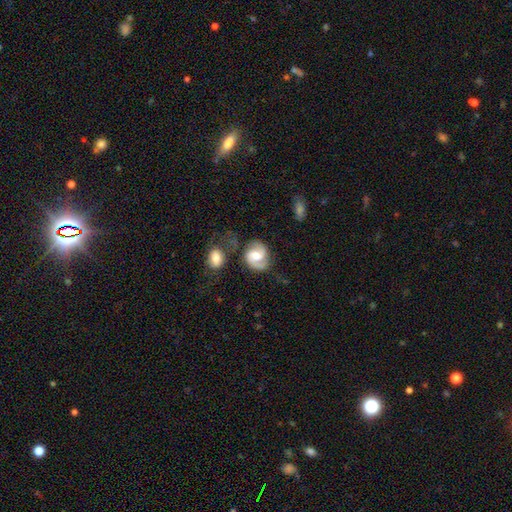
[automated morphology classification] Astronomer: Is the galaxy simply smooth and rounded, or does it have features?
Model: featured or disk — 79%.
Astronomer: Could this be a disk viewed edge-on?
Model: no — 98%.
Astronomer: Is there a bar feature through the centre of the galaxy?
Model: weak — 44% (runner-up: no, 43%).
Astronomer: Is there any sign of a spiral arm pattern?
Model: yes — 95%.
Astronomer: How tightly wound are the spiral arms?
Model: medium — 51% (runner-up: tight, 28%).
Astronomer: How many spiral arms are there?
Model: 2 — 85%.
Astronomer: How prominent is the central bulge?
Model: moderate — 65%.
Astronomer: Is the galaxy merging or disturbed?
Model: none — 61%.